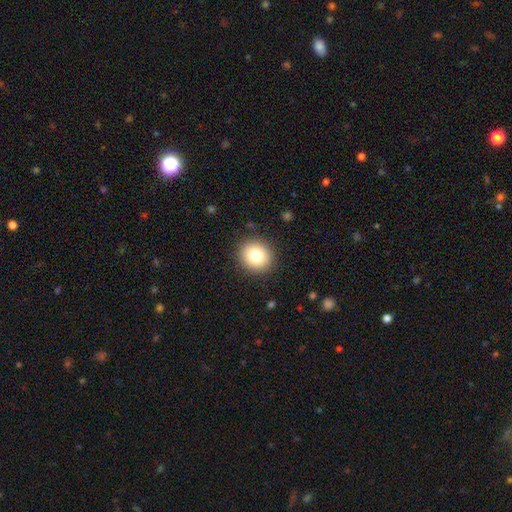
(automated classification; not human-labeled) Smooth or featured: smooth — 79% (star or artifact — 11%)
How rounded: round — 86% (in between — 13%)
Merging: none — 90% (minor disturbance — 7%)